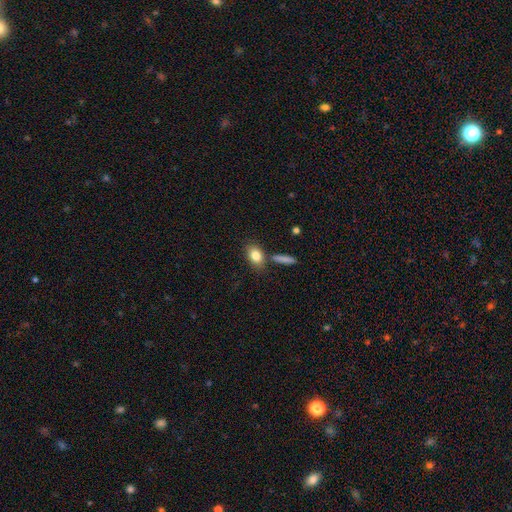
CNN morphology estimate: A smooth galaxy with no disk features (82%) that is in between round and cigar-shaped (78%).

Vote fractions:
- Smooth or featured? smooth: 82% / featured or disk: 10% / star or artifact: 8%
- How rounded? in between: 78% / round: 18% / cigar-shaped: 3%
- Merging? none: 71% / minor disturbance: 13% / merger: 12% / major disturbance: 4%